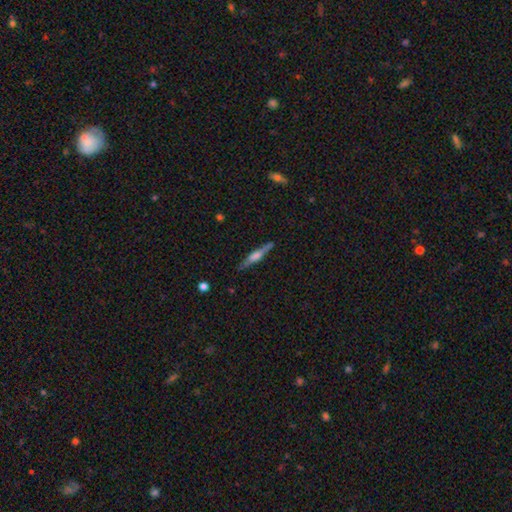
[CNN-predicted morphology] Smooth or featured: featured or disk — 72% (smooth — 21%)
Edge-on disk: yes — 98% (no — 2%)
Edge-on bulge: rounded — 62% (boxy — 30%)
Merging: none — 88% (minor disturbance — 9%)